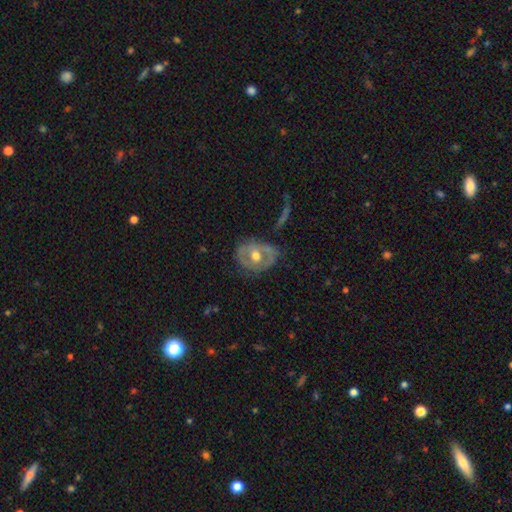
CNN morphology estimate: A featured or disk galaxy (64%) with no bar (66%), no spiral arms (68%) and a moderate central bulge (79%).

Vote fractions:
- Smooth or featured? featured or disk: 64% / smooth: 29% / star or artifact: 7%
- Edge-on disk? no: 94% / yes: 6%
- Bar? no: 66% / weak: 23% / strong: 11%
- Spiral arms? no: 68% / yes: 32%
- Bulge size? moderate: 79% / small: 11% / large: 8% / none: 1% / dominant: 1%
- Merging? none: 70% / minor disturbance: 20% / major disturbance: 8% / merger: 2%